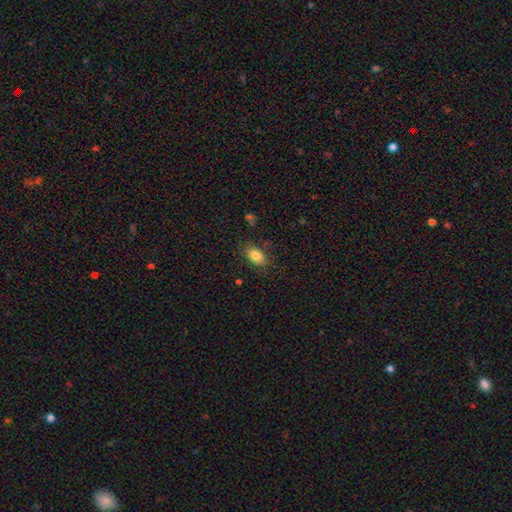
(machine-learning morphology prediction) This appears to be a smooth galaxy with no disk features (84%) that is in between round and cigar-shaped (86%). Merging: none (84%).